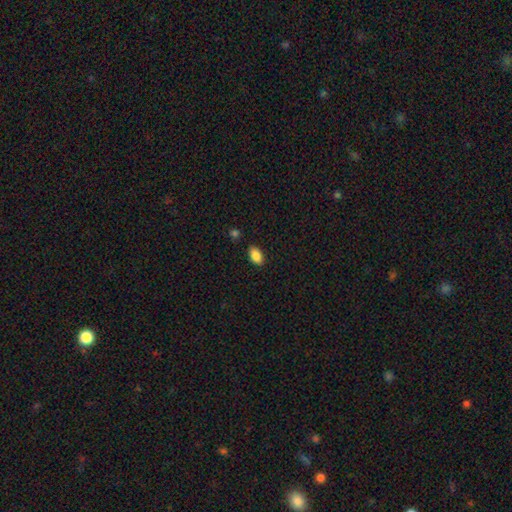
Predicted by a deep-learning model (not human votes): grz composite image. It shows a smooth galaxy with no disk features (87%) that is in between round and cigar-shaped (92%). Merging: none (86%).